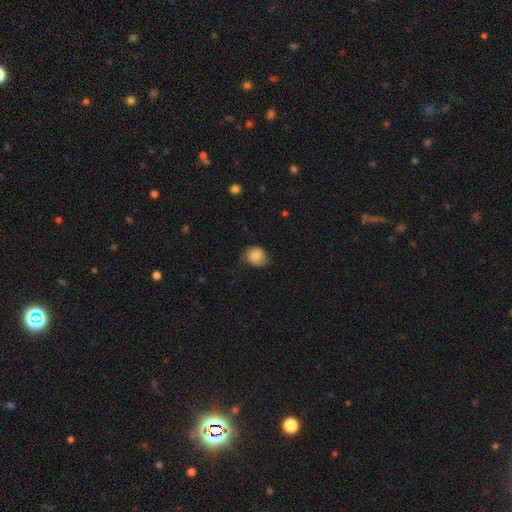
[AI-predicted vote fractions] Smooth or featured?
  - smooth: 79% *
  - featured or disk: 13%
  - star or artifact: 8%
How rounded?
  - round: 72% *
  - in between: 28%
  - cigar-shaped: 1%
Merging?
  - none: 61% *
  - minor disturbance: 30%
  - major disturbance: 8%
  - merger: 1%